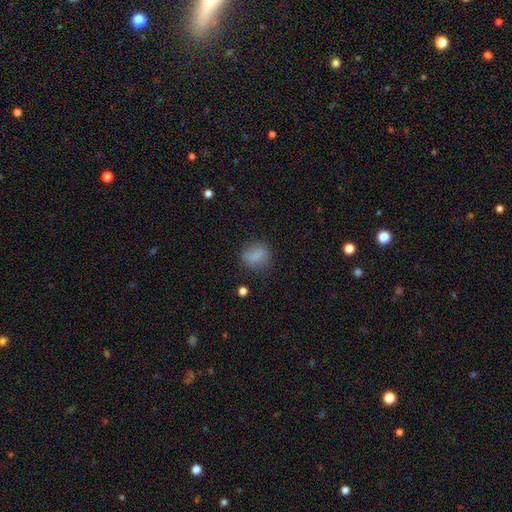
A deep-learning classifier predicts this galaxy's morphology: smooth 79%, star or artifact 11%, featured or disk 10%. Down the decision tree: how rounded — round (56%); merging — none (74%).